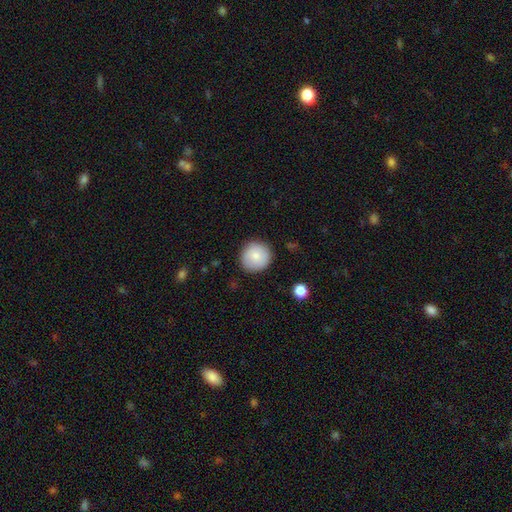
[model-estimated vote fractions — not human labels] This is likely a smooth galaxy (79%). How rounded: clearly round (94%). Merging: clearly none (86%).